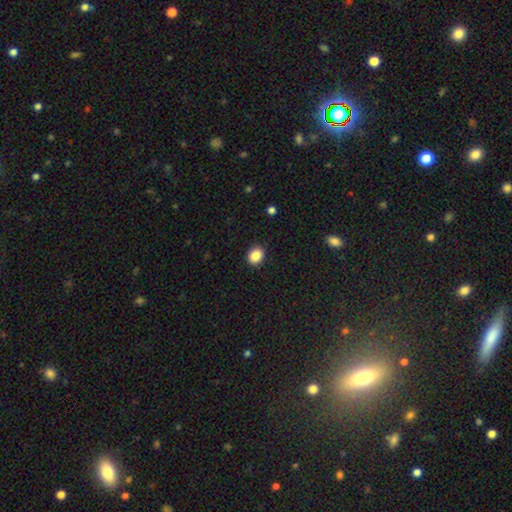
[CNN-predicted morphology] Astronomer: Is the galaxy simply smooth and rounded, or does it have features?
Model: smooth — 87%.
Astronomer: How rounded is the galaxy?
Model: round — 51% (runner-up: in between, 48%).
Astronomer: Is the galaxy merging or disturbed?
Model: none — 90%.